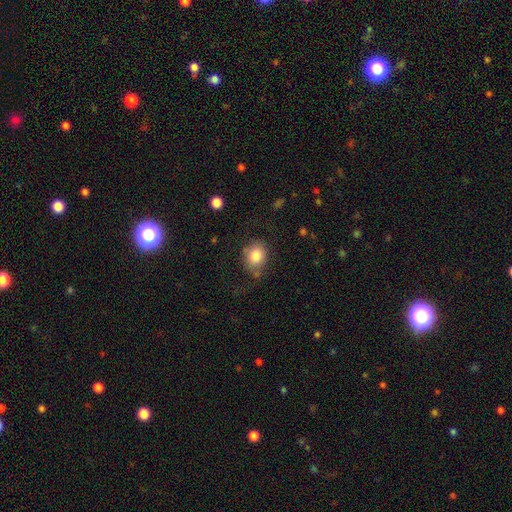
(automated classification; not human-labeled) Smooth or featured? Predicted: smooth (p=0.82). How rounded? Predicted: round (p=0.54). Merging? Predicted: none (p=0.68).